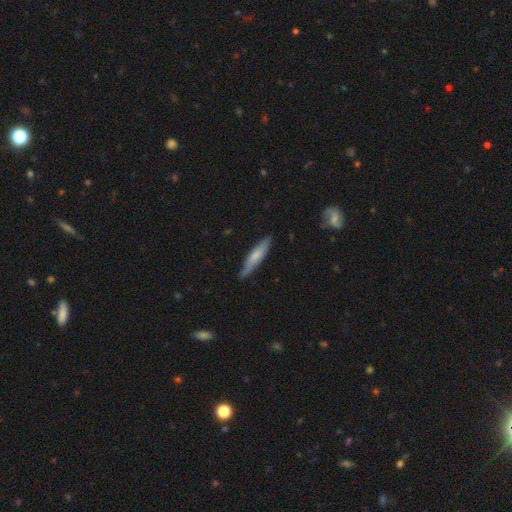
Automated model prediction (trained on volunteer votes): Smooth or featured?
  - smooth: 60% *
  - featured or disk: 35%
  - star or artifact: 5%
How rounded?
  - cigar-shaped: 83% *
  - in between: 16%
  - round: 1%
Merging?
  - none: 81% *
  - minor disturbance: 15%
  - major disturbance: 2%
  - merger: 1%